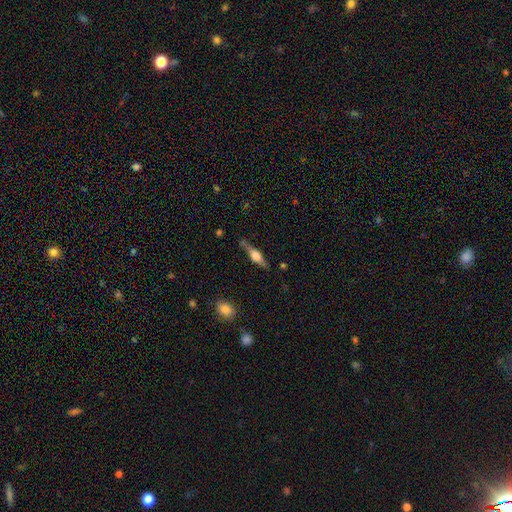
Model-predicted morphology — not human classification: smooth-or-featured: featured or disk: 68% | smooth: 25% | star or artifact: 7%
  disk-edge-on: yes: 96% | no: 4%
    edge-on-bulge: rounded: 82% | boxy: 16% | none: 2%
  merging: none: 80% | minor disturbance: 14% | major disturbance: 4% | merger: 2%